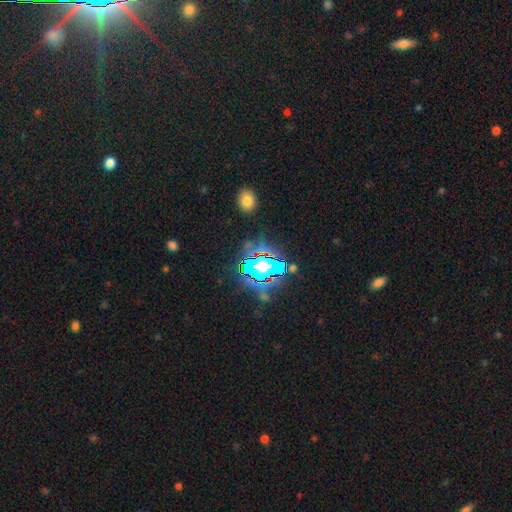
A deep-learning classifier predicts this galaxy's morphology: Smooth or featured?
  - star or artifact: 81% *
  - smooth: 11%
  - featured or disk: 8%